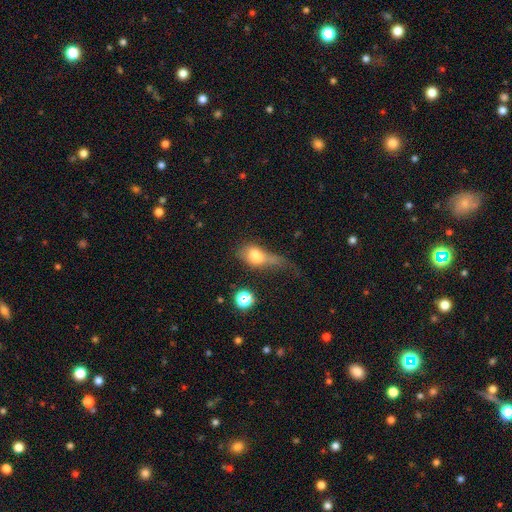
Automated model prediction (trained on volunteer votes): The model was most divided on "merging": major disturbance: 50%, minor disturbance: 20%, none: 15%, merger: 15%. More confident: how rounded — in between (73%); smooth or featured — smooth (63%).